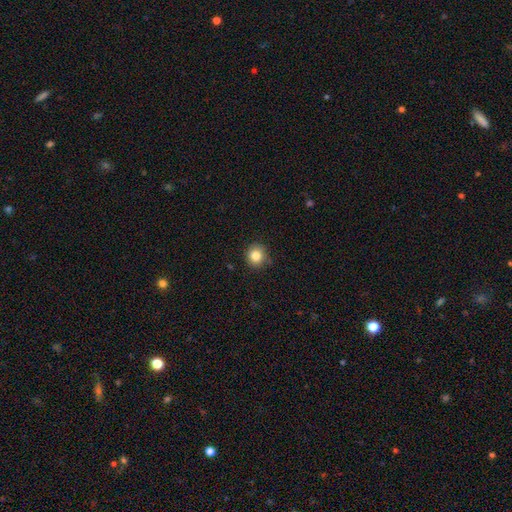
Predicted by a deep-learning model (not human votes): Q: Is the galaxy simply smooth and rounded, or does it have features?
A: smooth — 83%.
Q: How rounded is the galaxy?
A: round — 91%.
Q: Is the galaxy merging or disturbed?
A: none — 87%.